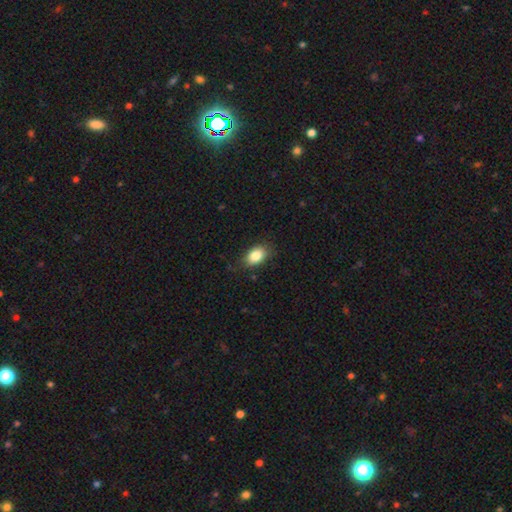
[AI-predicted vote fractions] Morphology: type=smooth (84%); roundness=in between (84%); merging=none (81%).